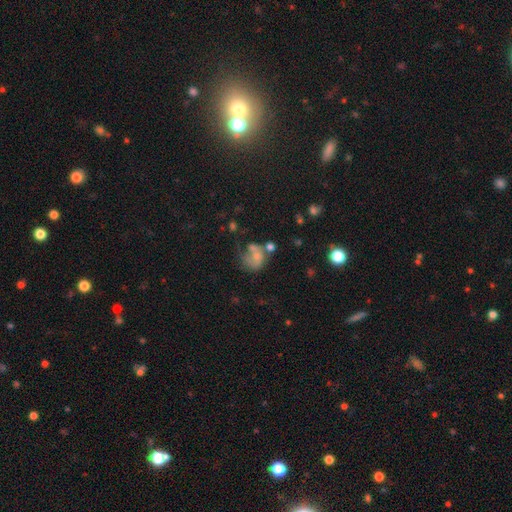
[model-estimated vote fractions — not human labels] Smooth or featured? Predicted: smooth (p=0.52). How rounded? Predicted: round (p=0.51). Merging? Predicted: major disturbance (p=0.34).